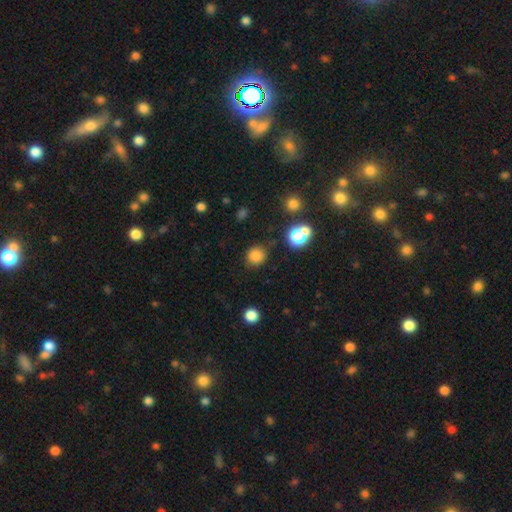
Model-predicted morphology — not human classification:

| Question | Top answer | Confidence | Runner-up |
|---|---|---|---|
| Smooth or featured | smooth | 81% | star or artifact (14%) |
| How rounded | round | 85% | in between (14%) |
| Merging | none | 82% | minor disturbance (10%) |